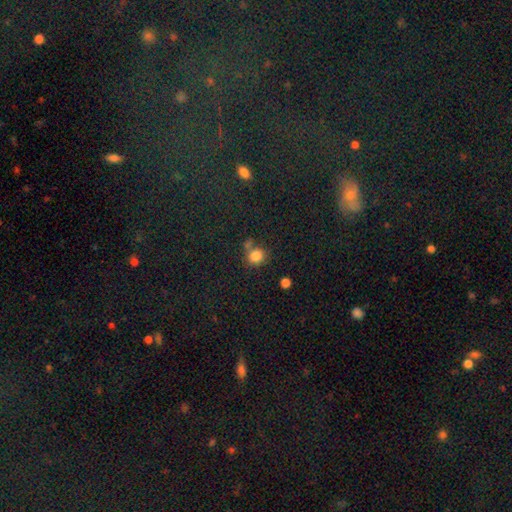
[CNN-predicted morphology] Smooth or featured?
  - smooth: 83% *
  - star or artifact: 12%
  - featured or disk: 5%
How rounded?
  - round: 88% *
  - in between: 11%
  - cigar-shaped: 1%
Merging?
  - none: 64% *
  - merger: 19%
  - minor disturbance: 13%
  - major disturbance: 4%